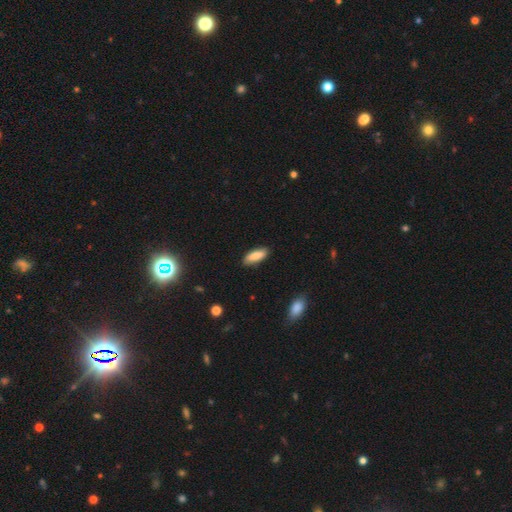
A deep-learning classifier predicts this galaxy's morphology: A smooth galaxy with no disk features (84%) that is in between round and cigar-shaped (69%).

Vote fractions:
- Smooth or featured? smooth: 84% / featured or disk: 9% / star or artifact: 6%
- How rounded? in between: 69% / cigar-shaped: 29% / round: 2%
- Merging? none: 84% / minor disturbance: 12% / major disturbance: 2% / merger: 1%